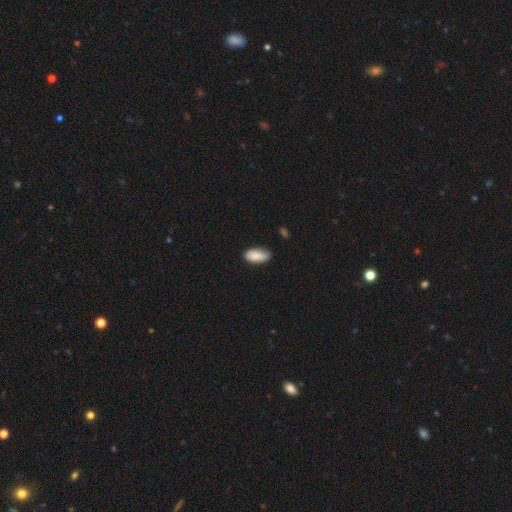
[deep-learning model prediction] smooth 89%, star or artifact 7%, featured or disk 5%. Down the decision tree: how rounded — in between (89%); merging — none (72%).